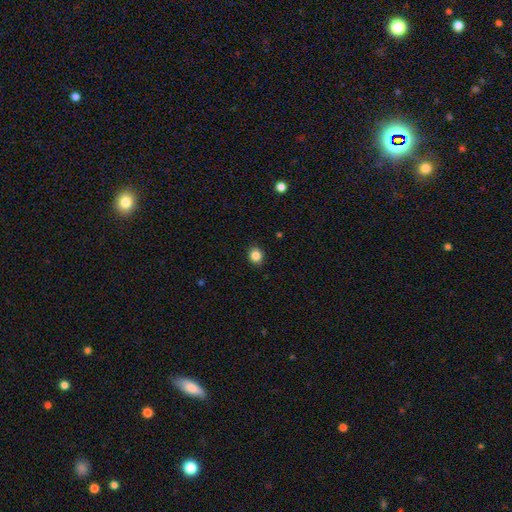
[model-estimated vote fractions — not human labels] Smooth or featured: smooth — 85% (star or artifact — 11%)
How rounded: round — 79% (in between — 21%)
Merging: none — 90% (minor disturbance — 7%)